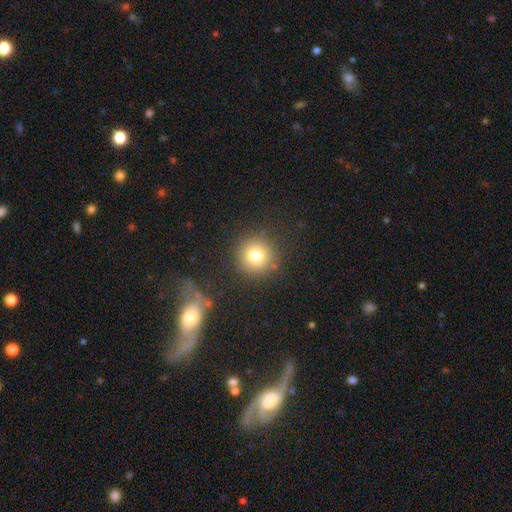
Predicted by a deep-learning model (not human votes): Overall: smooth (77%). How rounded: round (94%). Merging: none (85%).